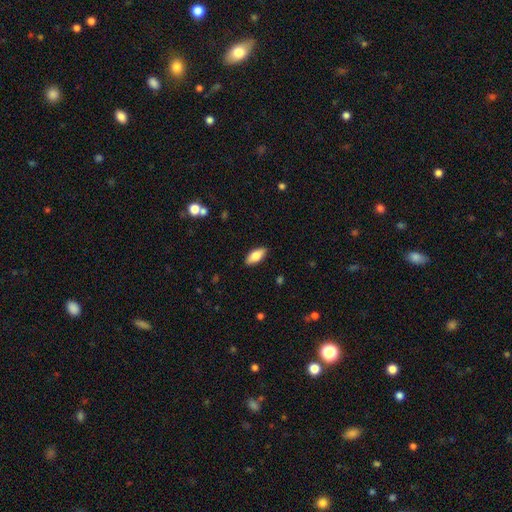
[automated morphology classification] Overall: smooth (74%). How rounded: in between (84%). Merging: none (88%).